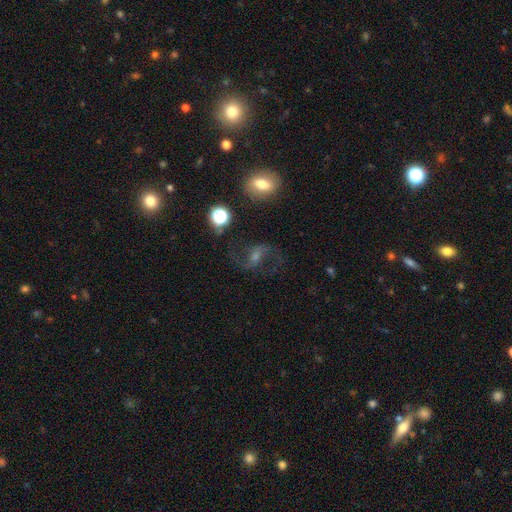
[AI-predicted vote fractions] Overall: featured or disk (72%). Edge-on disk: no (96%). Bar: weak (46%; strong 27%). Spiral arms: yes (93%). Spiral arm count: 2 (91%). Spiral winding: loose (59%; medium 34%). Bulge size: moderate (43%; small 41%). Merging: none (71%).